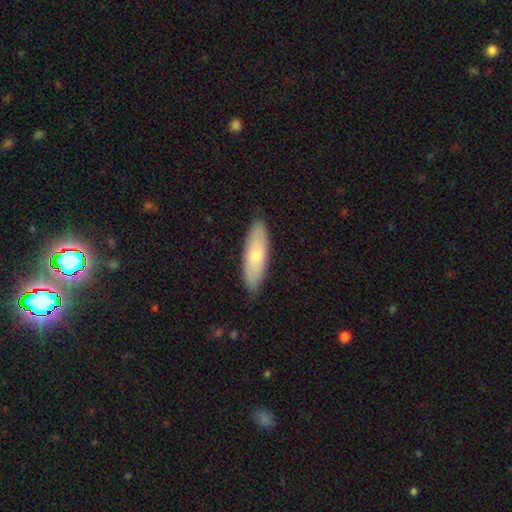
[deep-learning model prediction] Q: Smooth or featured?
A: smooth (70%); runner-up: featured or disk (25%)
Q: How rounded?
A: in between (49%); tied with: cigar-shaped (49%)
Q: Merging?
A: none (85%); runner-up: minor disturbance (12%)